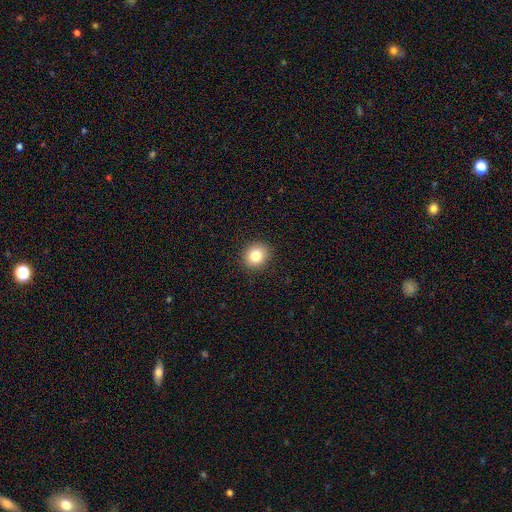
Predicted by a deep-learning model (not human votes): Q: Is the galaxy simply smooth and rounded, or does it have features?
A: smooth — 83%.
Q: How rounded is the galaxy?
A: round — 81%.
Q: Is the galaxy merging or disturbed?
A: none — 91%.